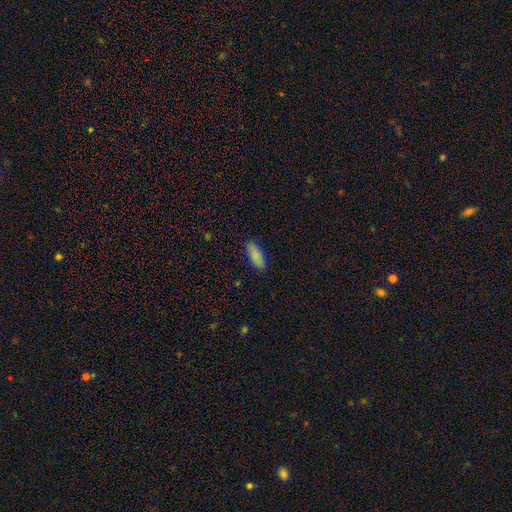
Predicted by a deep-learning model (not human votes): Smooth or featured?
  - smooth: 87% *
  - featured or disk: 7%
  - star or artifact: 6%
How rounded?
  - in between: 79% *
  - cigar-shaped: 19%
  - round: 2%
Merging?
  - none: 87% *
  - minor disturbance: 10%
  - major disturbance: 2%
  - merger: 1%